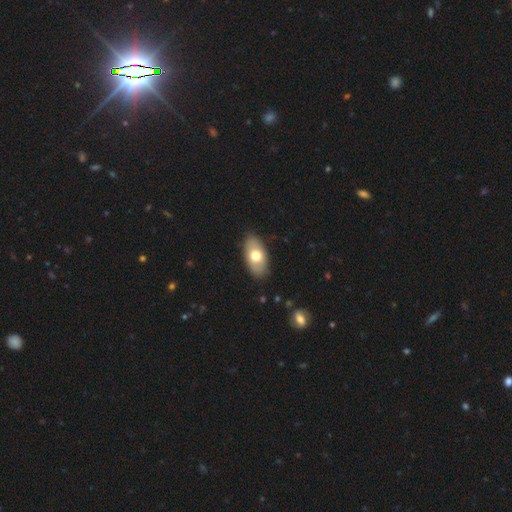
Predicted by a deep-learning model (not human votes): This is likely a smooth galaxy (68%). How rounded: clearly in between (92%). Merging: clearly none (86%).